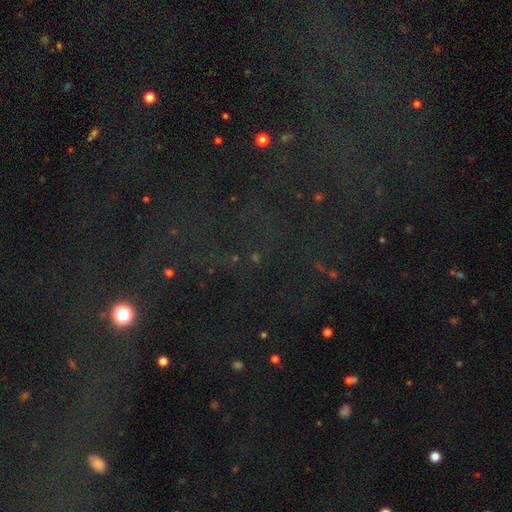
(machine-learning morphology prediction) Smooth or featured?
  - star or artifact: 73% *
  - smooth: 16%
  - featured or disk: 12%